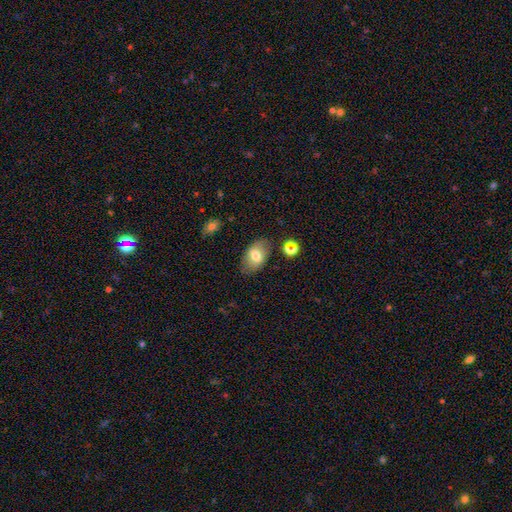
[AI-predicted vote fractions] smooth 68%, featured or disk 24%, star or artifact 8%. Down the decision tree: how rounded — in between (90%); merging — none (78%).